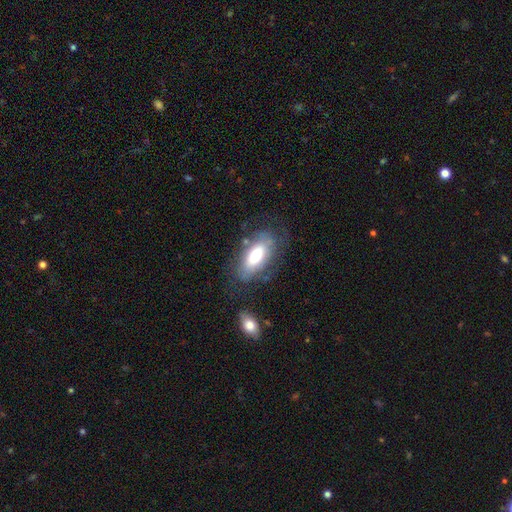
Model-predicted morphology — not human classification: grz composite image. It shows a smooth galaxy with no disk features (62%) that is in between round and cigar-shaped (86%). Merging: none (67%).